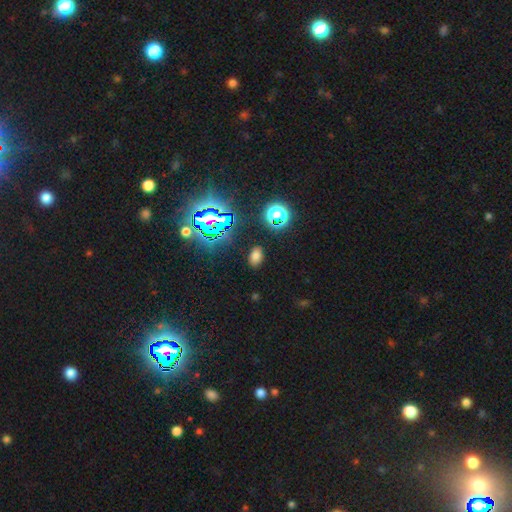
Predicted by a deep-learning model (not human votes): This appears to be a smooth galaxy with no disk features (65%) that is in between round and cigar-shaped (84%). Merging: none (87%).